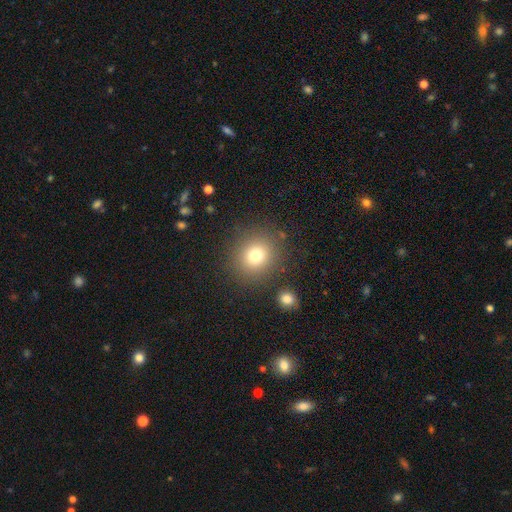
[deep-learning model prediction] A smooth galaxy with no disk features (76%) that is round (86%). Merging: none (86%).